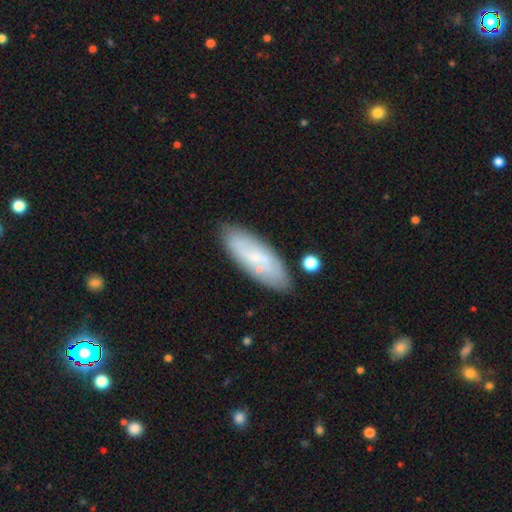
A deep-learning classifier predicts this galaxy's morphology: Smooth or featured? smooth (56%)
How rounded? in between (58%)
Merging? none (85%)